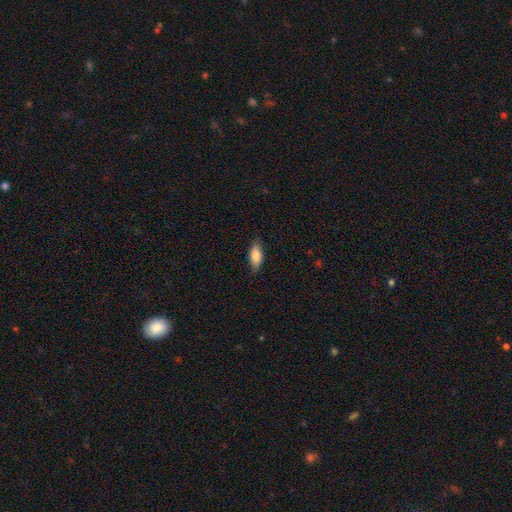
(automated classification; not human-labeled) Overall: smooth (79%). How rounded: in between (79%). Merging: none (80%).